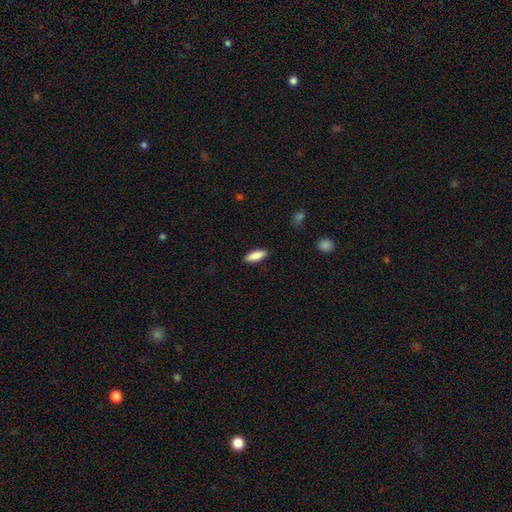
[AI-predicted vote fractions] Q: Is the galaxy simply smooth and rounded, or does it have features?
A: smooth — 88%.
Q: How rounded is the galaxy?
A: in between — 65%.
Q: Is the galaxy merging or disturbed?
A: none — 88%.